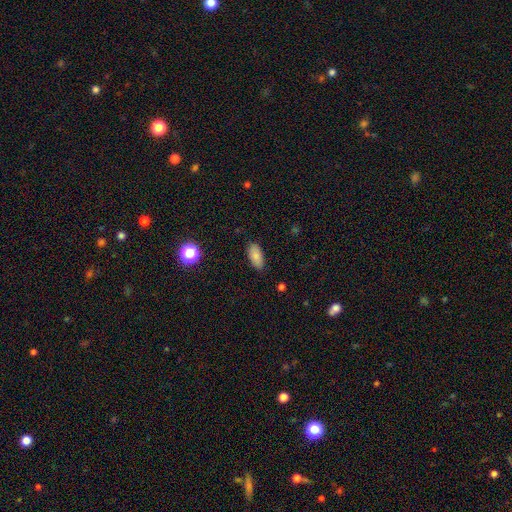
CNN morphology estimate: smooth-or-featured: smooth: 83% | star or artifact: 9% | featured or disk: 9%
  how-rounded: in between: 89% | cigar-shaped: 8% | round: 3%
  merging: none: 87% | minor disturbance: 10% | major disturbance: 2% | merger: 1%